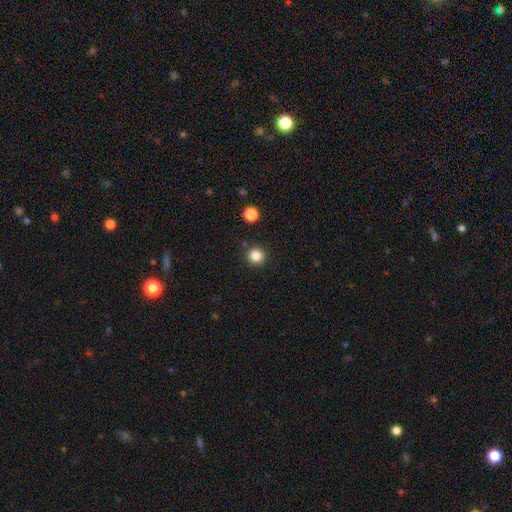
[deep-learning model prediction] smooth-or-featured: smooth: 84% | star or artifact: 12% | featured or disk: 4%
  how-rounded: round: 93% | in between: 6% | cigar-shaped: 1%
  merging: none: 88% | minor disturbance: 6% | merger: 3% | major disturbance: 2%